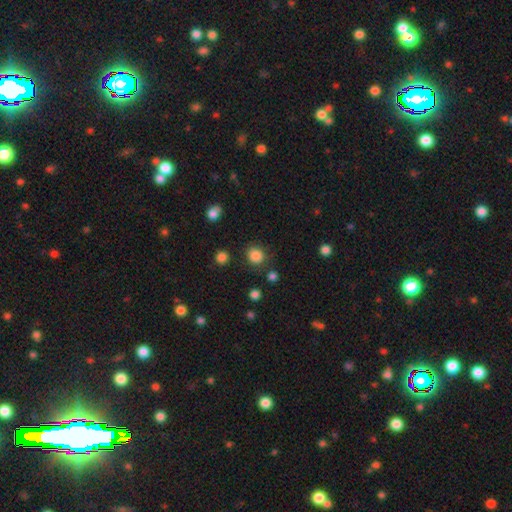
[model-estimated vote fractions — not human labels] smooth_or_featured: smooth (p=0.84) [alt: star or artifact p=0.12]
how_rounded: round (p=0.87) [alt: in between p=0.12]
merging: none (p=0.83) [alt: minor disturbance p=0.09]